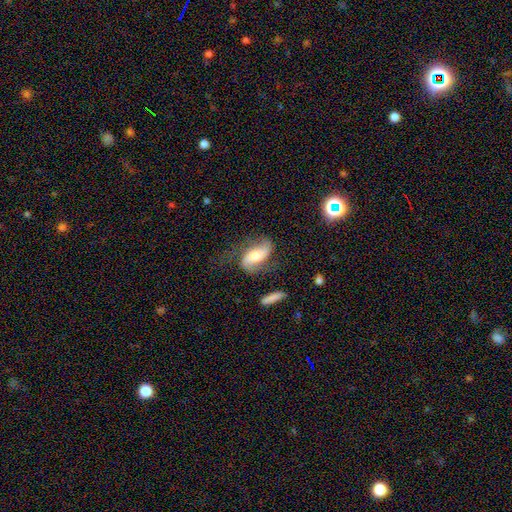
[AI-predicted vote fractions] Smooth or featured?
  - featured or disk: 70% *
  - smooth: 24%
  - star or artifact: 7%
Edge-on disk?
  - no: 93% *
  - yes: 7%
Bar?
  - no: 41% *
  - weak: 34%
  - strong: 25%
Spiral arms?
  - yes: 91% *
  - no: 9%
Spiral winding?
  - loose: 67% *
  - medium: 25%
  - tight: 8%
Spiral arm count?
  - 2: 89% *
  - can't tell: 4%
  - 1: 4%
  - 3: 1%
  - 4: 1%
  - more than 4: 1%
Bulge size?
  - moderate: 60% *
  - small: 21%
  - large: 14%
  - none: 3%
  - dominant: 2%
Merging?
  - none: 58% *
  - minor disturbance: 22%
  - major disturbance: 16%
  - merger: 4%